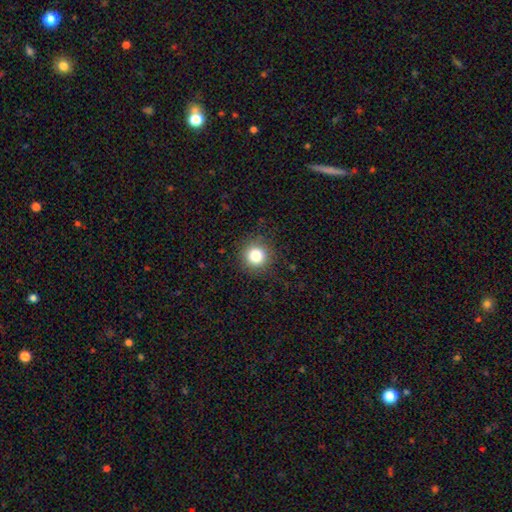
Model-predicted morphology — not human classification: type=smooth (84%); roundness=round (94%); merging=none (87%).